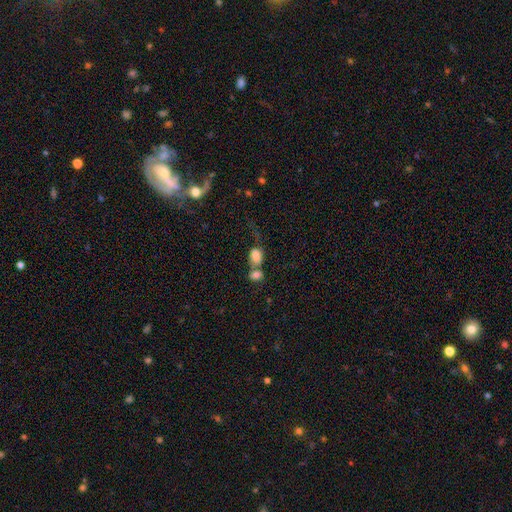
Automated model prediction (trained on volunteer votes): A smooth galaxy with no disk features (74%) that is in between round and cigar-shaped (71%).

Vote fractions:
- Smooth or featured? smooth: 74% / featured or disk: 16% / star or artifact: 10%
- How rounded? in between: 71% / round: 26% / cigar-shaped: 2%
- Merging? merger: 62% / none: 18% / major disturbance: 10% / minor disturbance: 9%